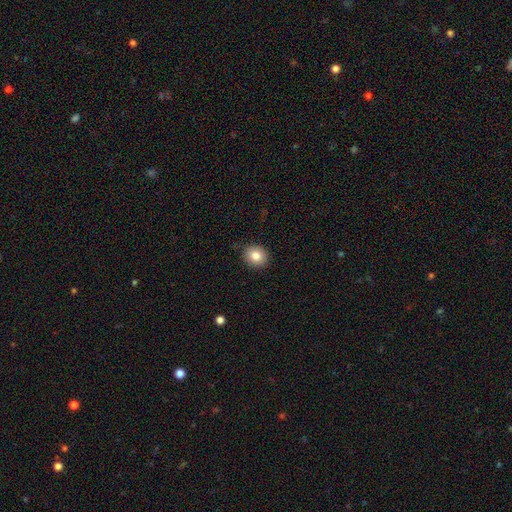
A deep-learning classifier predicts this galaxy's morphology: Smooth or featured: smooth — 83% (star or artifact — 9%)
How rounded: round — 74% (in between — 26%)
Merging: none — 87% (minor disturbance — 10%)